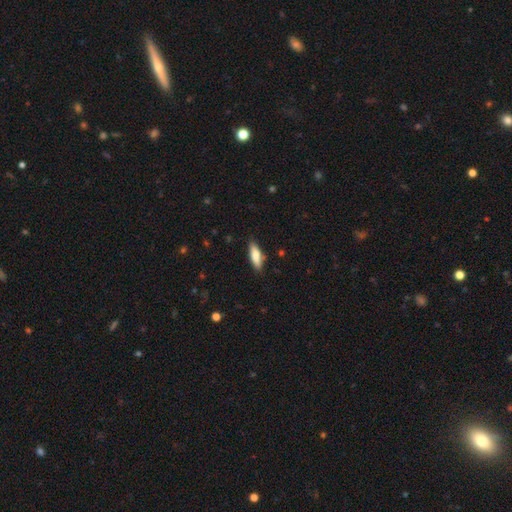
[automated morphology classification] A smooth galaxy with no disk features (79%) that is in between round and cigar-shaped (53%). Merging: none (84%).